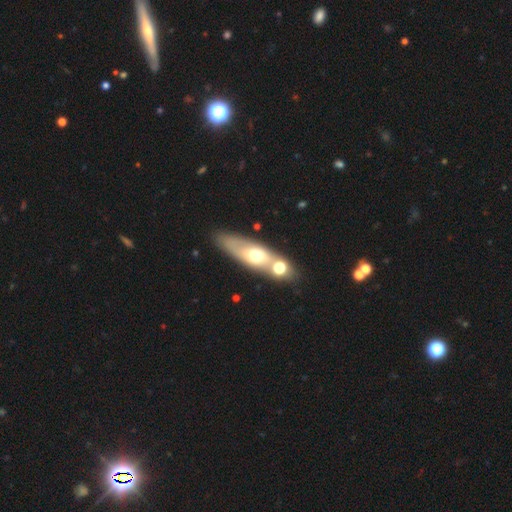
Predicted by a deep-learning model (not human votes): smooth 49%, featured or disk 43%, star or artifact 8%. Down the decision tree: merging — none (68%).